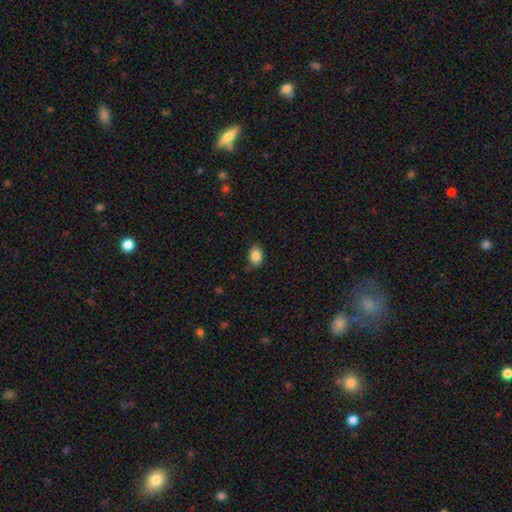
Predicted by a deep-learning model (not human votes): The model was most divided on "how rounded": in between: 72%, round: 27%, cigar-shaped: 1%. More confident: smooth or featured — smooth (87%); merging — none (80%).